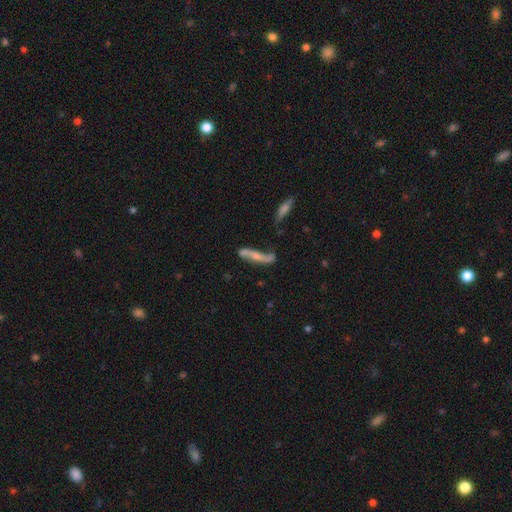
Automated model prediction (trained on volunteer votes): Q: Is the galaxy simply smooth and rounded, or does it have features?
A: featured or disk — 67%.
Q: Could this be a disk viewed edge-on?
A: no — 61%.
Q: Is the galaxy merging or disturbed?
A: none — 56%.